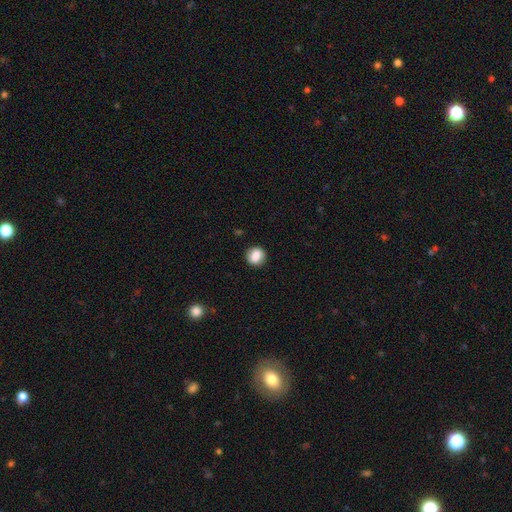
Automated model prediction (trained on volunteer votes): Q: Smooth or featured?
A: smooth (83%); runner-up: featured or disk (9%)
Q: How rounded?
A: round (77%); runner-up: in between (22%)
Q: Merging?
A: none (86%); runner-up: minor disturbance (10%)